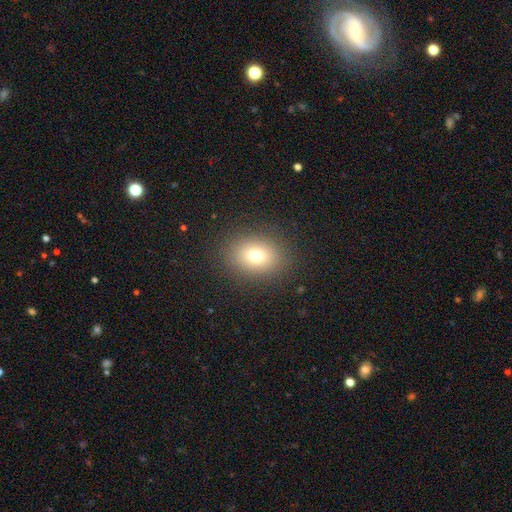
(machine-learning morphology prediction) type=smooth (75%); roundness=in between (53%); merging=none (88%).